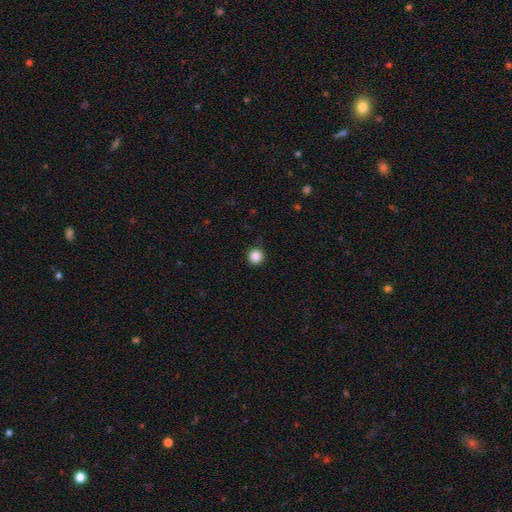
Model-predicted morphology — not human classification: A smooth galaxy with no disk features (86%) that is round (95%).

Vote fractions:
- Smooth or featured? smooth: 86% / star or artifact: 10% / featured or disk: 3%
- How rounded? round: 95% / in between: 4% / cigar-shaped: 1%
- Merging? none: 90% / minor disturbance: 7% / major disturbance: 2% / merger: 1%